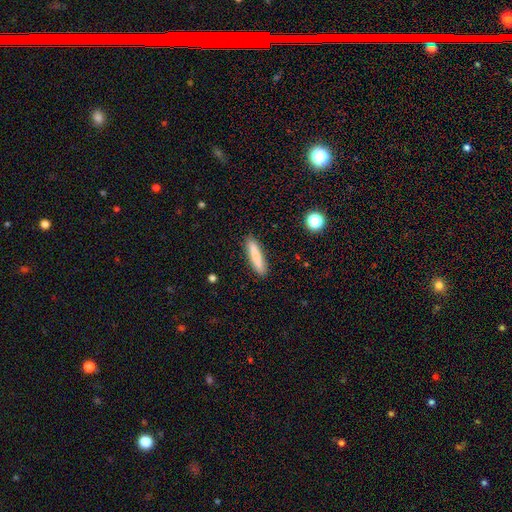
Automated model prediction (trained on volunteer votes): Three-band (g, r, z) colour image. It shows a smooth galaxy with no disk features (81%) that is cigar-shaped (88%). Merging: none (89%).